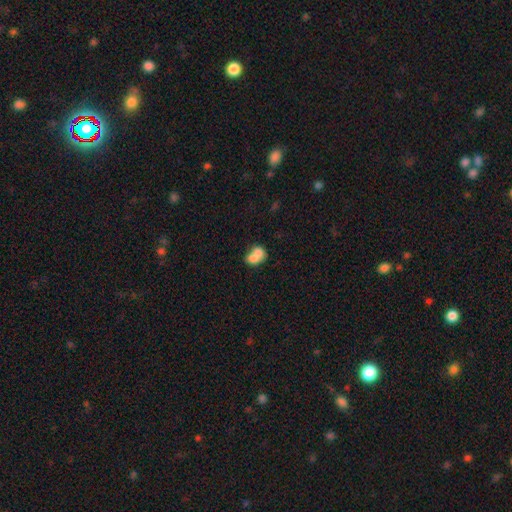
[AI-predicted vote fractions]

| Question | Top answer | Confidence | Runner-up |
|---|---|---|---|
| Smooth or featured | smooth | 71% | featured or disk (21%) |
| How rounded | in between | 56% | round (43%) |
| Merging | merger | 69% | none (20%) |